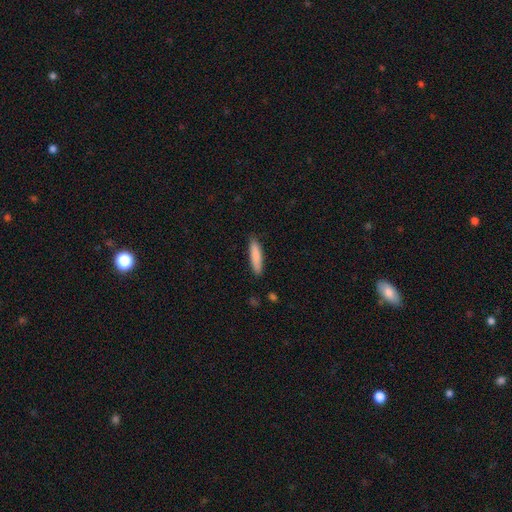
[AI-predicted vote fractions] Overall: smooth (86%). How rounded: cigar-shaped (78%). Merging: none (86%).